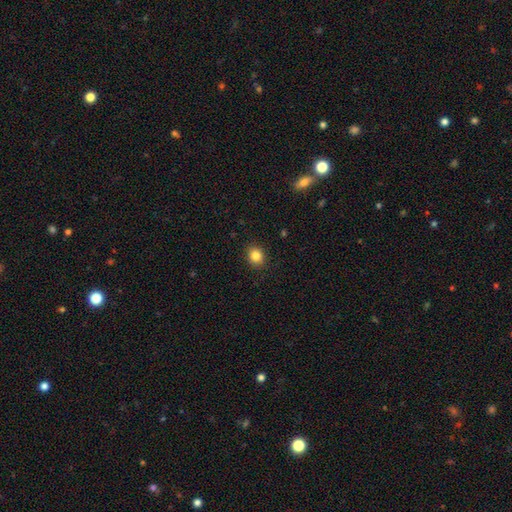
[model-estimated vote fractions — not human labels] Q: Smooth or featured?
A: smooth (84%); runner-up: star or artifact (11%)
Q: How rounded?
A: round (70%); runner-up: in between (29%)
Q: Merging?
A: none (90%); runner-up: minor disturbance (7%)